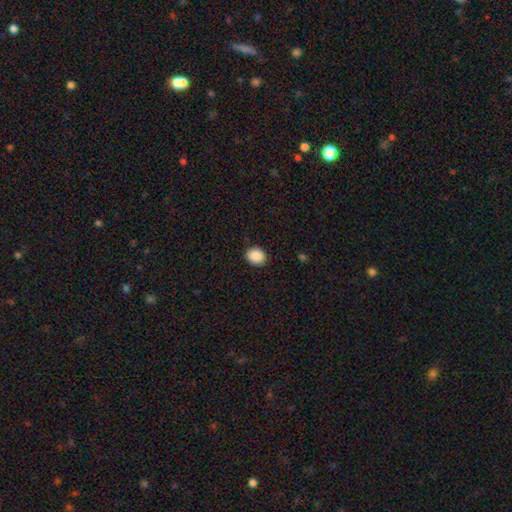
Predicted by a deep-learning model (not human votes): A smooth galaxy with no disk features (89%) that is round (63%).

Vote fractions:
- Smooth or featured? smooth: 89% / star or artifact: 8% / featured or disk: 3%
- How rounded? round: 63% / in between: 36% / cigar-shaped: 1%
- Merging? none: 90% / minor disturbance: 7% / major disturbance: 2% / merger: 1%